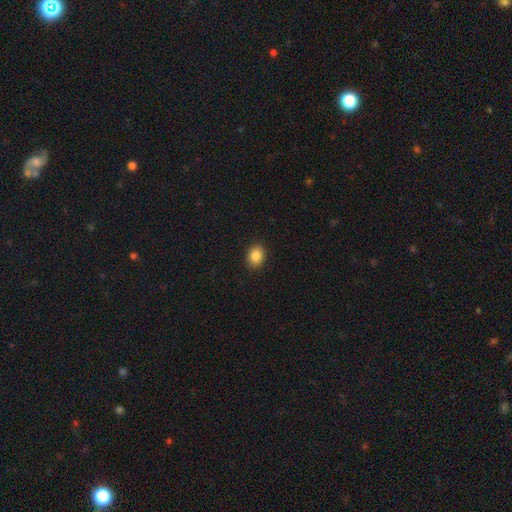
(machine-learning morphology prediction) Smooth or featured?
  - smooth: 86% *
  - star or artifact: 9%
  - featured or disk: 4%
How rounded?
  - in between: 58% *
  - round: 41%
  - cigar-shaped: 1%
Merging?
  - none: 90% *
  - minor disturbance: 7%
  - major disturbance: 2%
  - merger: 1%